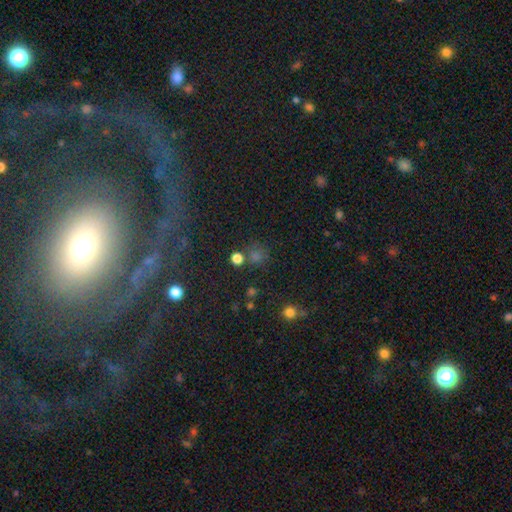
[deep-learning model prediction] smooth_or_featured: smooth (p=0.52) [alt: star or artifact p=0.36]
how_rounded: round (p=0.88) [alt: in between p=0.10]
merging: none (p=0.78) [alt: minor disturbance p=0.09]